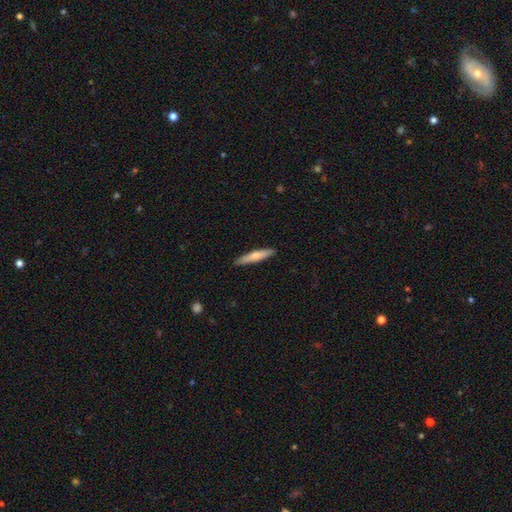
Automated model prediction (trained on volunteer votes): smooth_or_featured: smooth (p=0.61) [alt: featured or disk p=0.34]
how_rounded: cigar-shaped (p=0.90) [alt: in between p=0.09]
merging: none (p=0.90) [alt: minor disturbance p=0.07]